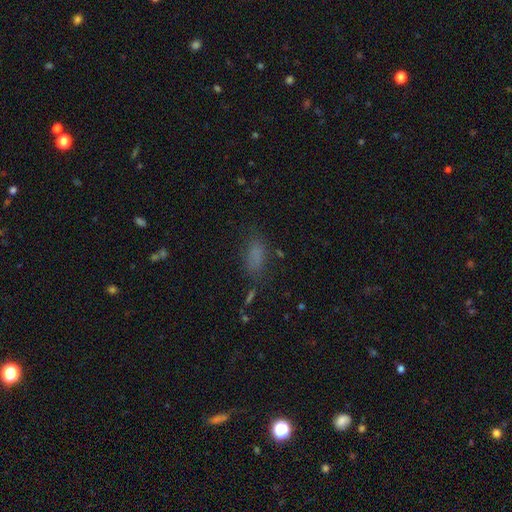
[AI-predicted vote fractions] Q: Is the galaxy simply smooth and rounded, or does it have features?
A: smooth — 74%.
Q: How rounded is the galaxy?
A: in between — 84%.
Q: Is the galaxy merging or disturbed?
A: none — 65%.